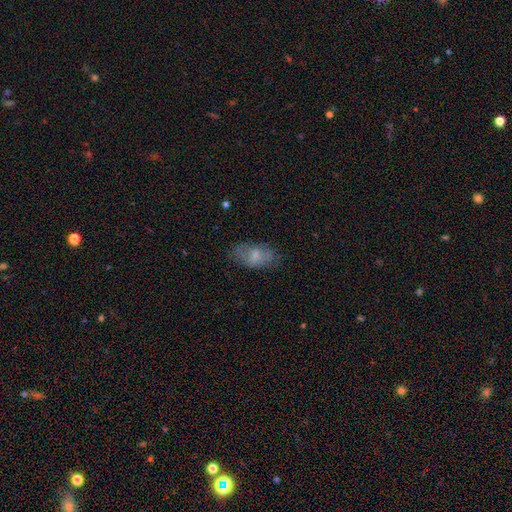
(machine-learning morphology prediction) Smooth or featured? smooth (64%)
How rounded? in between (91%)
Merging? none (72%)